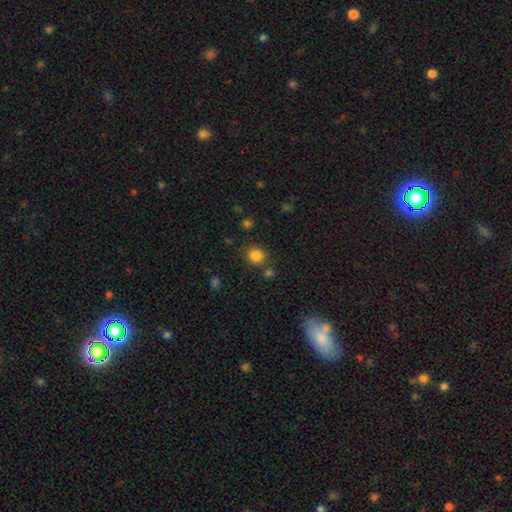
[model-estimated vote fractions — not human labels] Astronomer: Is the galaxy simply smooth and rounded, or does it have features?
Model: smooth — 84%.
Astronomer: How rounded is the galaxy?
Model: round — 84%.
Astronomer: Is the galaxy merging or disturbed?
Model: none — 80%.